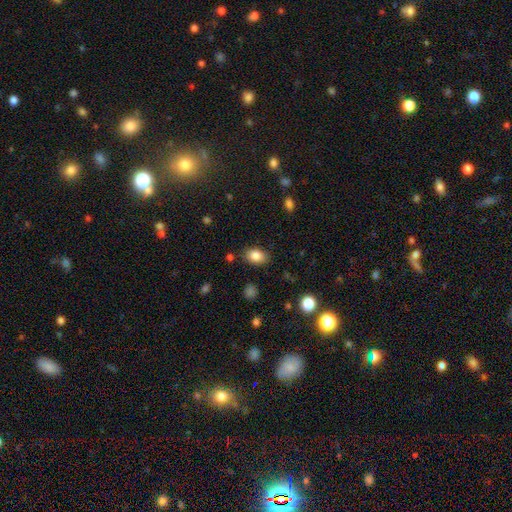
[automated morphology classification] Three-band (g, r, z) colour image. It shows a smooth galaxy with no disk features (84%) that is in between round and cigar-shaped (81%). Merging: none (83%).